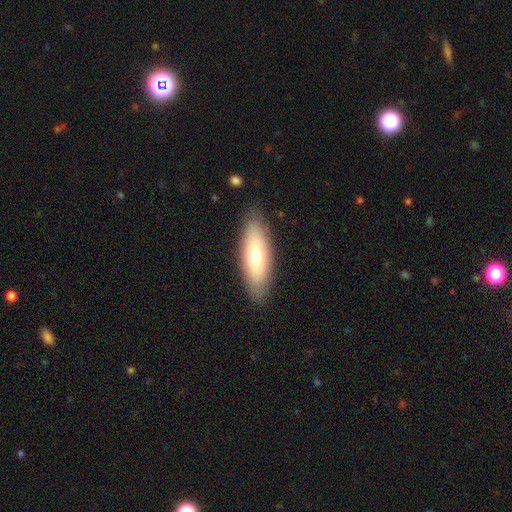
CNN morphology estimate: The model was most divided on "how rounded": in between: 55%, cigar-shaped: 43%, round: 2%. More confident: merging — none (86%); smooth or featured — smooth (68%).